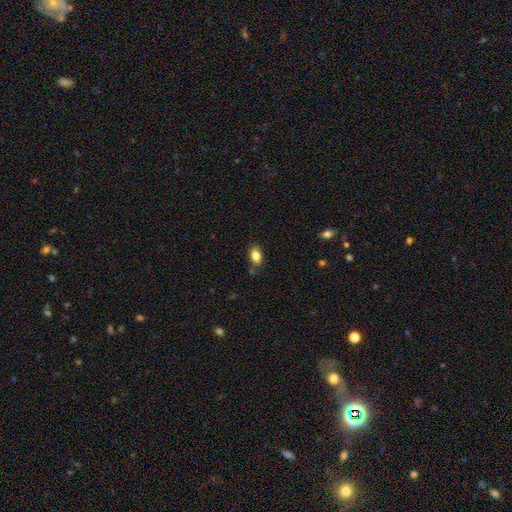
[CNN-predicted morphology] smooth 83%, star or artifact 9%, featured or disk 8%. Down the decision tree: how rounded — in between (88%); merging — none (79%).